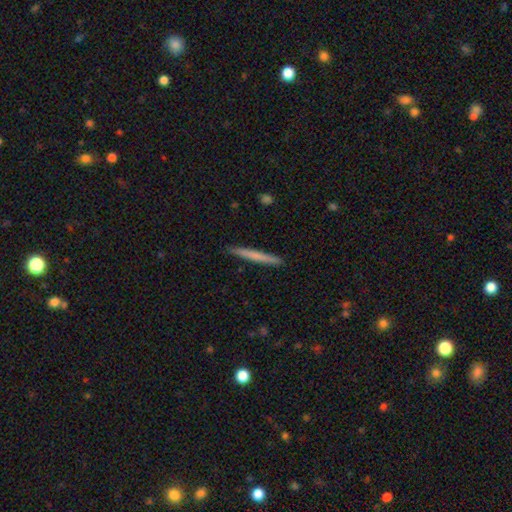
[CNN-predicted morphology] smooth_or_featured: smooth (p=0.64) [alt: featured or disk p=0.31]
how_rounded: cigar-shaped (p=0.97) [alt: in between p=0.02]
merging: none (p=0.91) [alt: minor disturbance p=0.07]